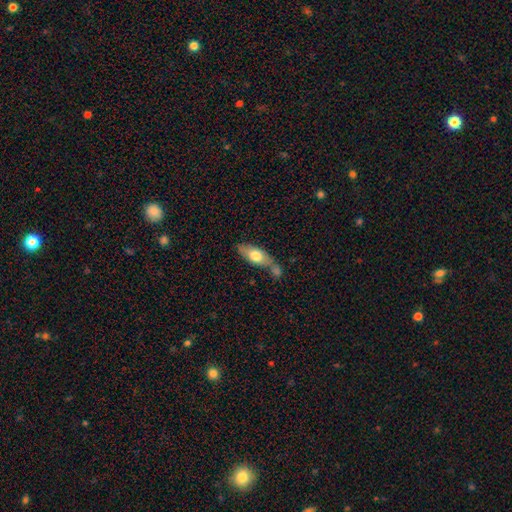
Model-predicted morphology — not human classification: Smooth or featured?
  - smooth: 66% *
  - featured or disk: 28%
  - star or artifact: 6%
How rounded?
  - in between: 75% *
  - cigar-shaped: 21%
  - round: 4%
Merging?
  - none: 50% *
  - merger: 25%
  - minor disturbance: 19%
  - major disturbance: 6%